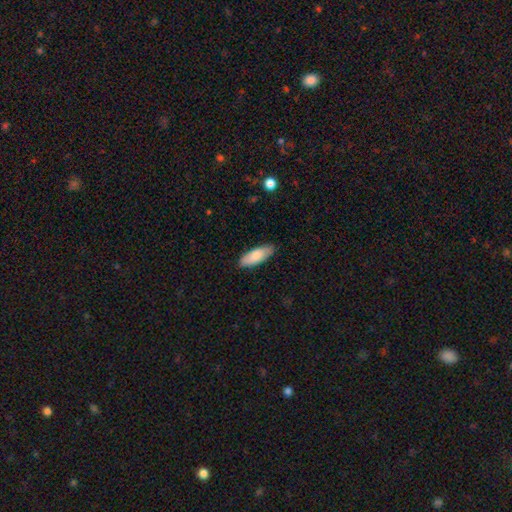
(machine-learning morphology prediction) This appears to be a smooth galaxy with no disk features (82%) that is in between round and cigar-shaped (70%). Merging: none (86%).